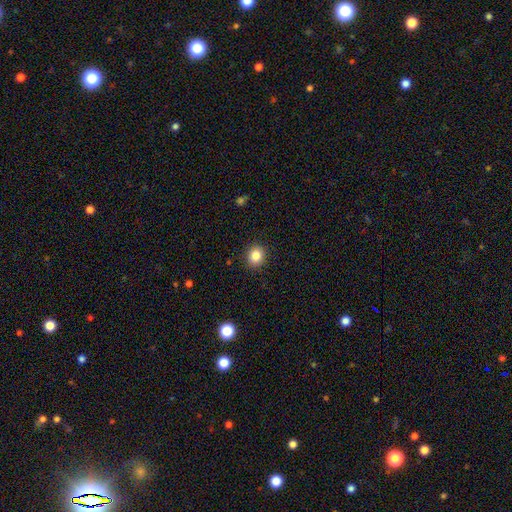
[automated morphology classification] A smooth galaxy with no disk features (85%) that is round (77%). Merging: none (91%).